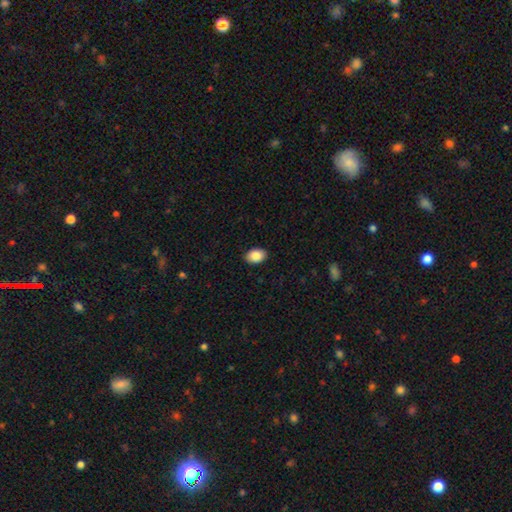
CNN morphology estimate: This is clearly a smooth galaxy (87%). How rounded: clearly in between (81%). Merging: clearly none (89%).